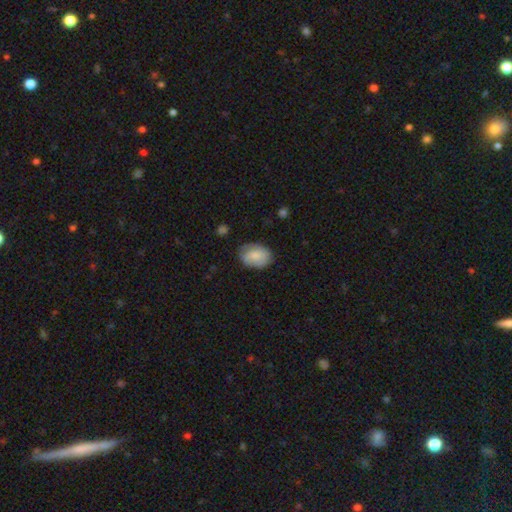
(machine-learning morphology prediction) Q: Smooth or featured?
A: smooth (76%); runner-up: featured or disk (17%)
Q: How rounded?
A: in between (78%); runner-up: round (21%)
Q: Merging?
A: none (71%); runner-up: minor disturbance (22%)